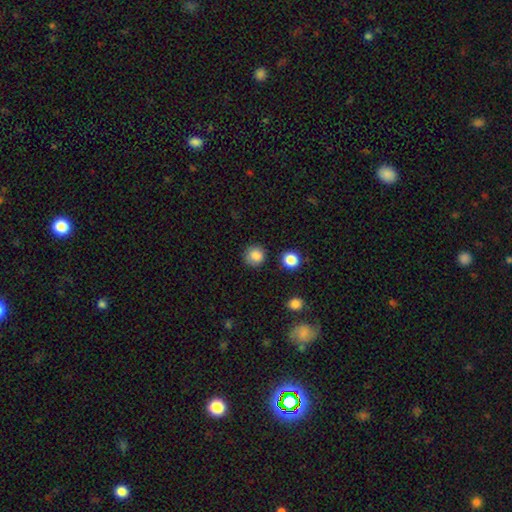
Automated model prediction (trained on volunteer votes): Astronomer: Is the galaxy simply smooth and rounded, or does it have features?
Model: smooth — 85%.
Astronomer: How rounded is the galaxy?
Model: round — 92%.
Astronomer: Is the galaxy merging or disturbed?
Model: none — 87%.